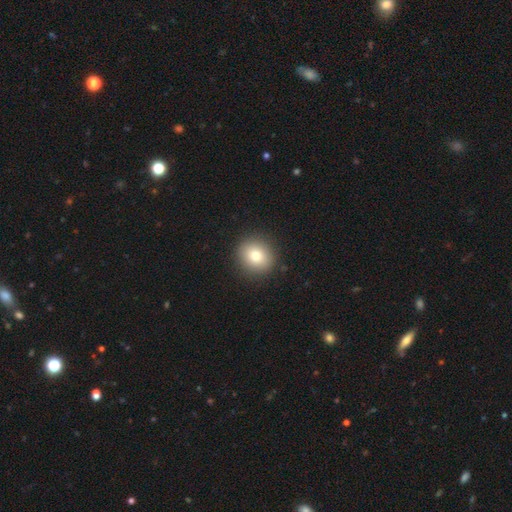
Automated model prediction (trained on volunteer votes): This appears to be a smooth galaxy with no disk features (79%) that is round (83%). Merging: none (91%).